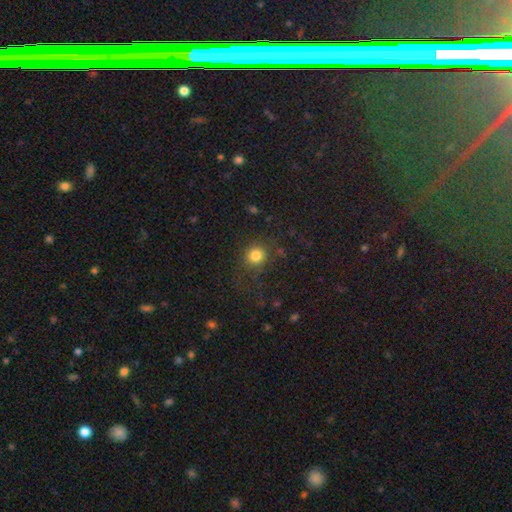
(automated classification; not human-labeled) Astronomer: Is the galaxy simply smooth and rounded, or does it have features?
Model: smooth — 81%.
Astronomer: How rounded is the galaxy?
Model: round — 86%.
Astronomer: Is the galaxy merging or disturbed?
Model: none — 78%.